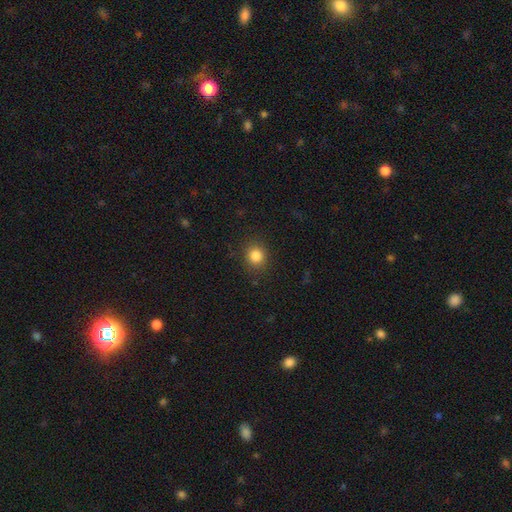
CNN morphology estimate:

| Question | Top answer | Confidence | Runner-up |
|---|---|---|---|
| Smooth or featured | smooth | 83% | star or artifact (12%) |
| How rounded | round | 80% | in between (19%) |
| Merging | none | 88% | minor disturbance (8%) |